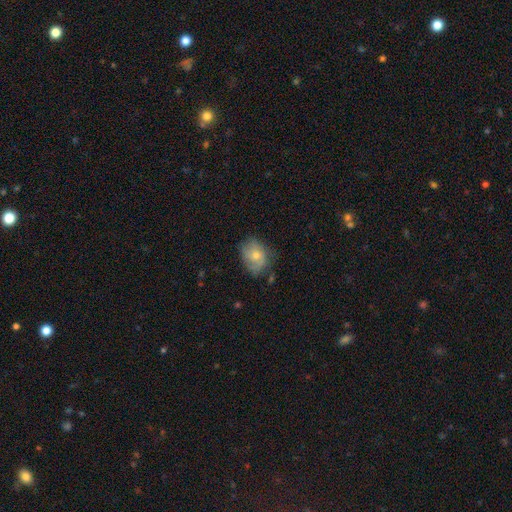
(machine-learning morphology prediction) smooth_or_featured: smooth (p=0.55) [alt: featured or disk p=0.37]
how_rounded: in between (p=0.56) [alt: round p=0.43]
merging: none (p=0.60) [alt: minor disturbance p=0.28]